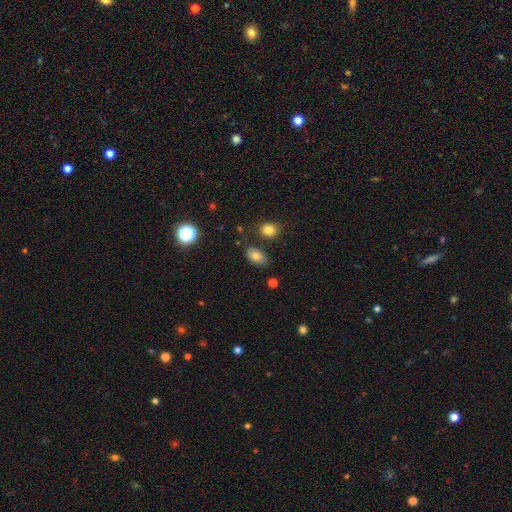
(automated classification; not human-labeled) The model was most divided on "merging": none: 76%, minor disturbance: 14%, merger: 6%, major disturbance: 3%. More confident: how rounded — in between (88%); smooth or featured — smooth (80%).